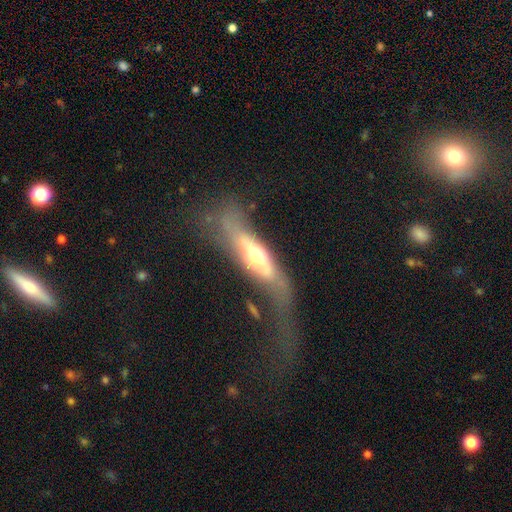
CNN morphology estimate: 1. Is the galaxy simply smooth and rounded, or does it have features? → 57% featured or disk, 37% smooth, 6% star or artifact.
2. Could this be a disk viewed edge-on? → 51% yes, 49% no.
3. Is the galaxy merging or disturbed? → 45% major disturbance, 27% none, 21% minor disturbance, 7% merger.